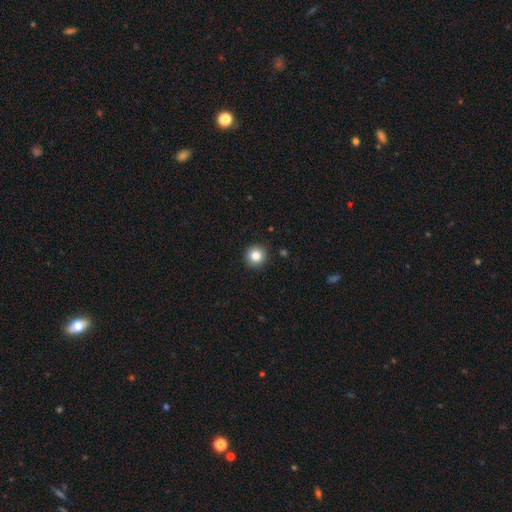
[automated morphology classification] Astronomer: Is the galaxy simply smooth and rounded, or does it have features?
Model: smooth — 84%.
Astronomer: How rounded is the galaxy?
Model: round — 94%.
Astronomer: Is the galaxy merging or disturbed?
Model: none — 93%.